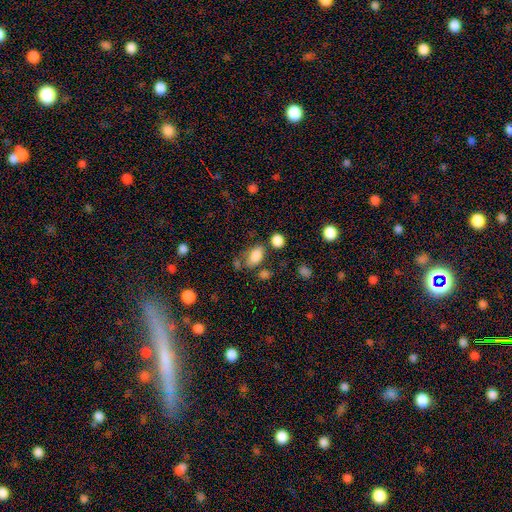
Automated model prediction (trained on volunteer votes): smooth_or_featured: smooth (p=0.82) [alt: star or artifact p=0.10]
how_rounded: in between (p=0.89) [alt: round p=0.09]
merging: none (p=0.57) [alt: minor disturbance p=0.21]